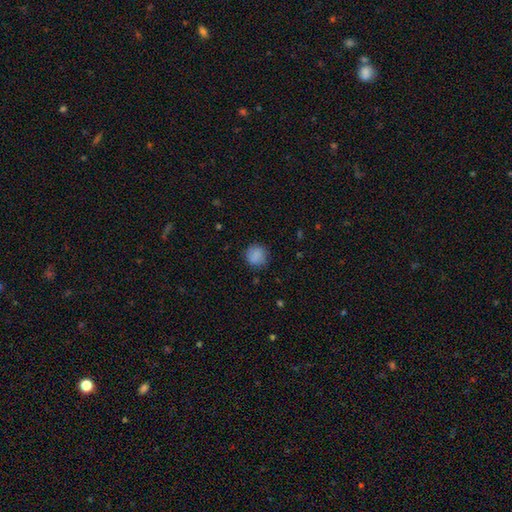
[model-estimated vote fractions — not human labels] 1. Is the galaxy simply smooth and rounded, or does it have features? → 85% smooth, 9% star or artifact, 6% featured or disk.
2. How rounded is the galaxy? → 86% round, 13% in between, 1% cigar-shaped.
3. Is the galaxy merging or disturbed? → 82% none, 13% minor disturbance, 4% major disturbance, 1% merger.